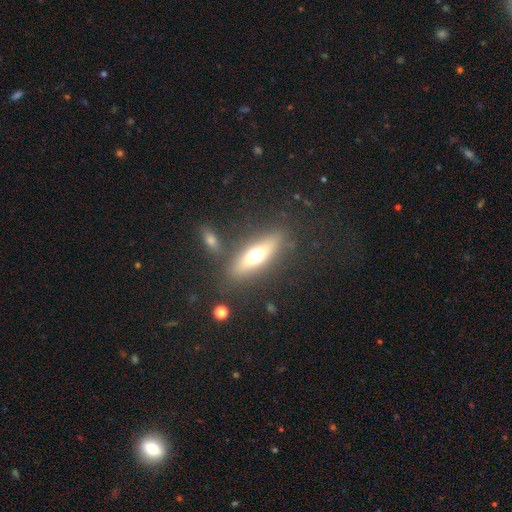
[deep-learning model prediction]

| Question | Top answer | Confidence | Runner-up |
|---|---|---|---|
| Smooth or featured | smooth | 51% | featured or disk (40%) |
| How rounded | cigar-shaped | 50% | in between (46%) |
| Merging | none | 79% | minor disturbance (11%) |